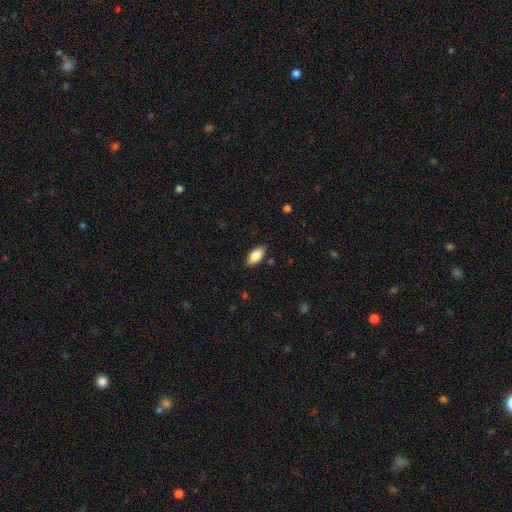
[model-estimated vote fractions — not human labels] Smooth or featured? smooth (85%)
How rounded? in between (92%)
Merging? none (86%)